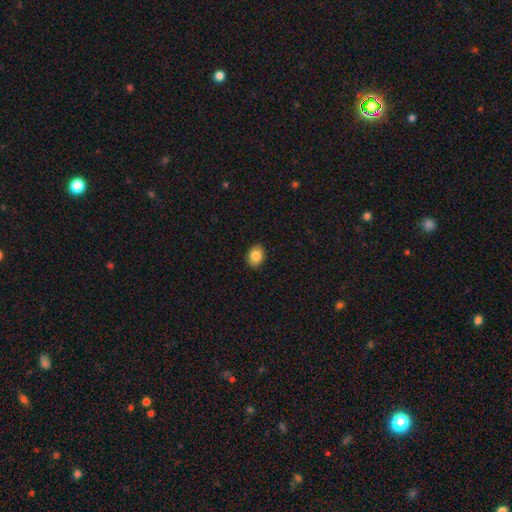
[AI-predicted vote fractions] Smooth or featured?
  - smooth: 85% *
  - star or artifact: 9%
  - featured or disk: 7%
How rounded?
  - in between: 59% *
  - round: 40%
  - cigar-shaped: 1%
Merging?
  - none: 90% *
  - minor disturbance: 8%
  - major disturbance: 2%
  - merger: 1%